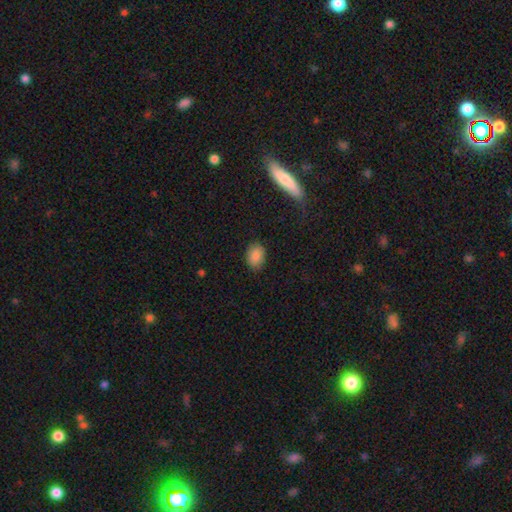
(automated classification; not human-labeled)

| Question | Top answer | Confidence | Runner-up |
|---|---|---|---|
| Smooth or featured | smooth | 87% | star or artifact (9%) |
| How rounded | in between | 76% | round (22%) |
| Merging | none | 85% | minor disturbance (11%) |